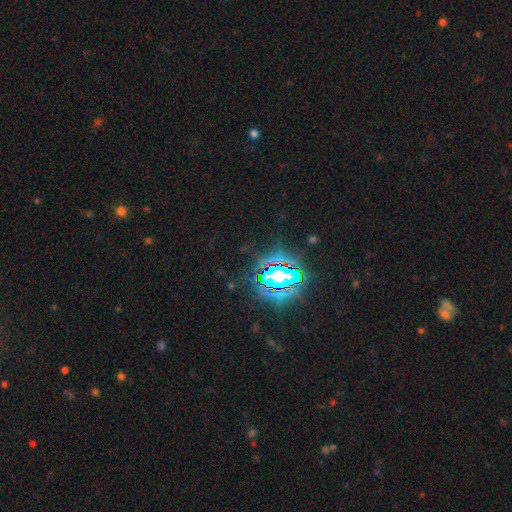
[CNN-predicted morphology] Smooth or featured?
  - star or artifact: 82% *
  - smooth: 11%
  - featured or disk: 7%